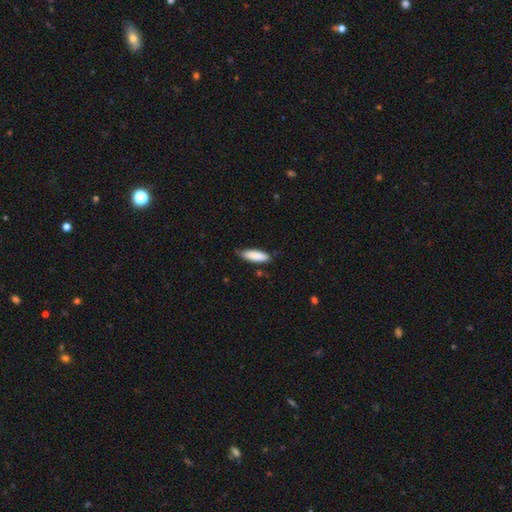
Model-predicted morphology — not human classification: Overall: smooth (87%). How rounded: in between (57%; cigar-shaped 42%). Merging: none (71%).